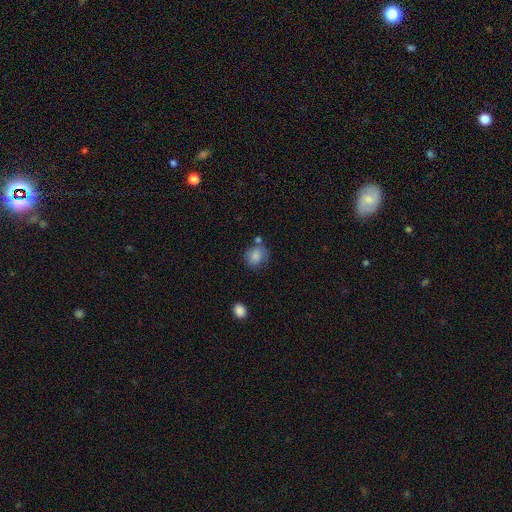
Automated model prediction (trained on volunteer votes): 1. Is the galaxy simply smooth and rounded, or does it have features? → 82% smooth, 10% featured or disk, 8% star or artifact.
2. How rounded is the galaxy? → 71% round, 28% in between, 1% cigar-shaped.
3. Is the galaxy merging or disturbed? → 63% none, 21% minor disturbance, 9% merger, 7% major disturbance.